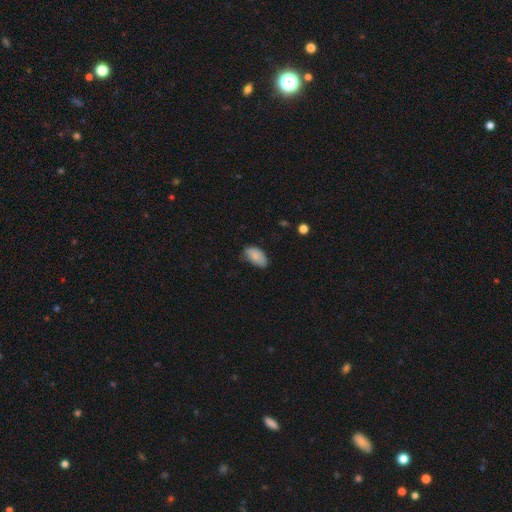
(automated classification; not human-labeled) Smooth or featured?
  - smooth: 85% *
  - featured or disk: 8%
  - star or artifact: 7%
How rounded?
  - in between: 94% *
  - round: 4%
  - cigar-shaped: 2%
Merging?
  - none: 63% *
  - minor disturbance: 30%
  - major disturbance: 5%
  - merger: 1%